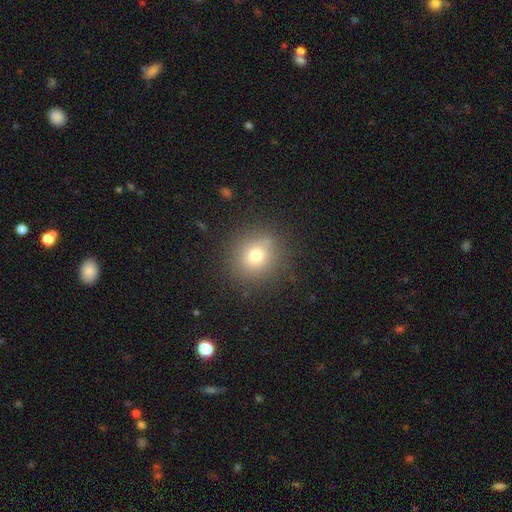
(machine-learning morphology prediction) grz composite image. It shows a smooth galaxy with no disk features (75%) that is round (85%). Merging: none (85%).